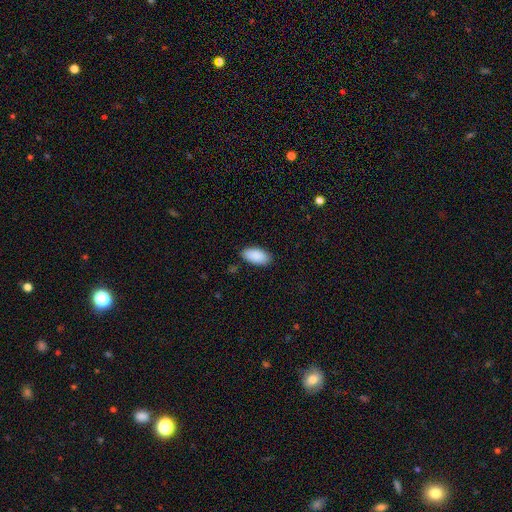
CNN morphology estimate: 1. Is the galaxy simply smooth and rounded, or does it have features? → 90% smooth, 6% star or artifact, 3% featured or disk.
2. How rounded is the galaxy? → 94% in between, 3% cigar-shaped, 2% round.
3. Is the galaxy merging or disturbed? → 87% none, 10% minor disturbance, 2% major disturbance, 1% merger.